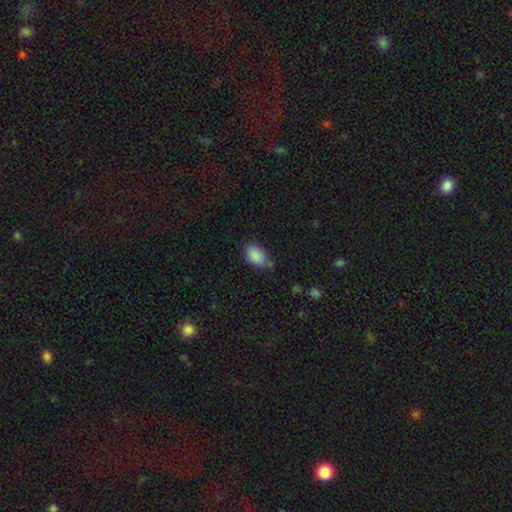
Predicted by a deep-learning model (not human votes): Smooth or featured?
  - smooth: 87% *
  - star or artifact: 8%
  - featured or disk: 5%
How rounded?
  - in between: 86% *
  - round: 12%
  - cigar-shaped: 1%
Merging?
  - none: 60% *
  - minor disturbance: 30%
  - major disturbance: 6%
  - merger: 4%